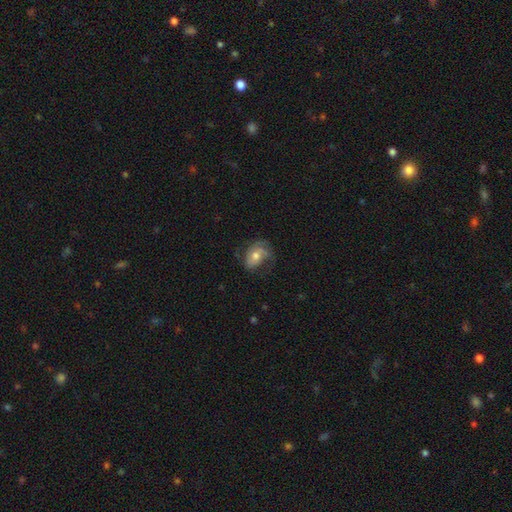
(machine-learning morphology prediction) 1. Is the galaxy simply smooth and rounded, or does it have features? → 50% featured or disk, 42% smooth, 8% star or artifact.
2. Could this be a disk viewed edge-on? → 95% no, 5% yes.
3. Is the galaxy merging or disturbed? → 51% none, 27% minor disturbance, 20% major disturbance, 2% merger.